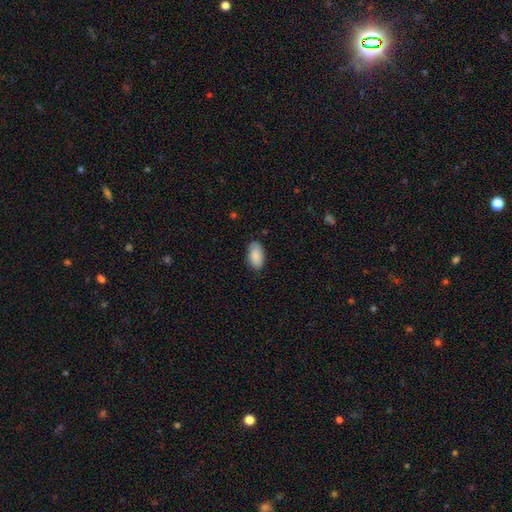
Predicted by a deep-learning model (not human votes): smooth 89%, star or artifact 6%, featured or disk 5%. Down the decision tree: how rounded — in between (95%); merging — none (82%).